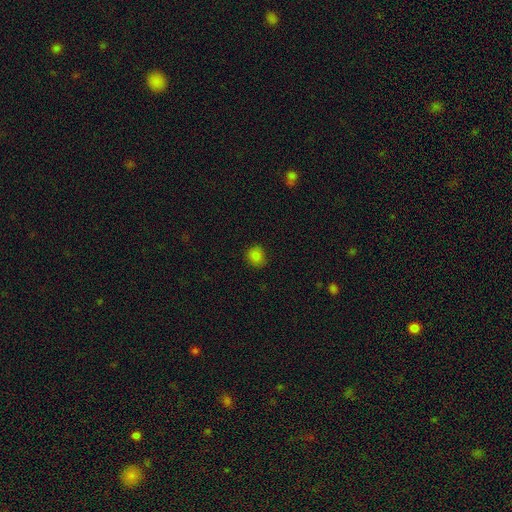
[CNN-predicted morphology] smooth-or-featured: smooth: 83% | star or artifact: 13% | featured or disk: 4%
  how-rounded: round: 83% | in between: 16% | cigar-shaped: 1%
  merging: none: 87% | minor disturbance: 10% | major disturbance: 2% | merger: 1%